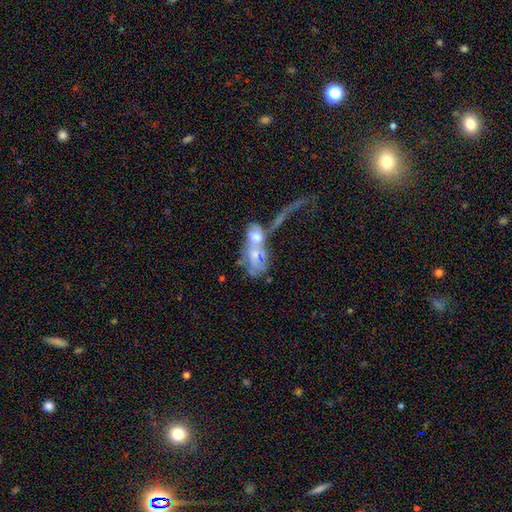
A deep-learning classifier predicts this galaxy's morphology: type=featured or disk (51%); edge-on=no (93%); merging=merger (66%).